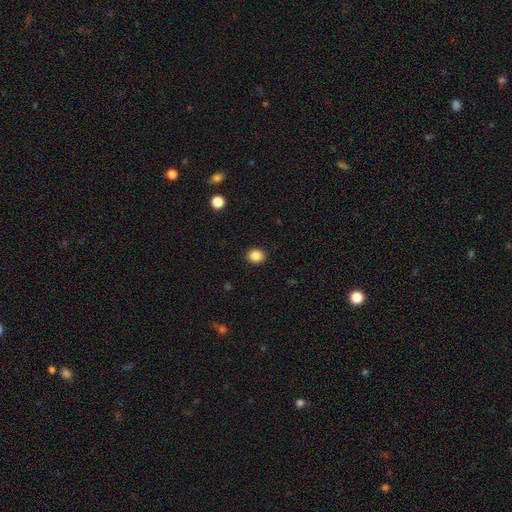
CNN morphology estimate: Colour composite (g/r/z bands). It shows a smooth galaxy with no disk features (87%) that is round (59%). Merging: none (91%).